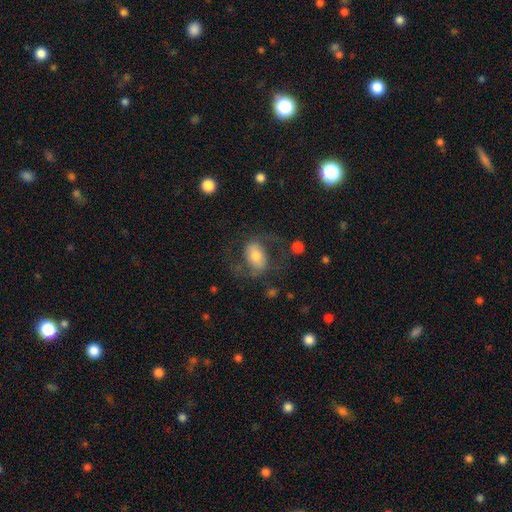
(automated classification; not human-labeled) The model was most divided on "bar": no: 37%, weak: 36%, strong: 27%. More confident: edge-on disk — no (95%); spiral arms — yes (76%); merging — none (60%); bulge size — moderate (60%); smooth or featured — featured or disk (54%).